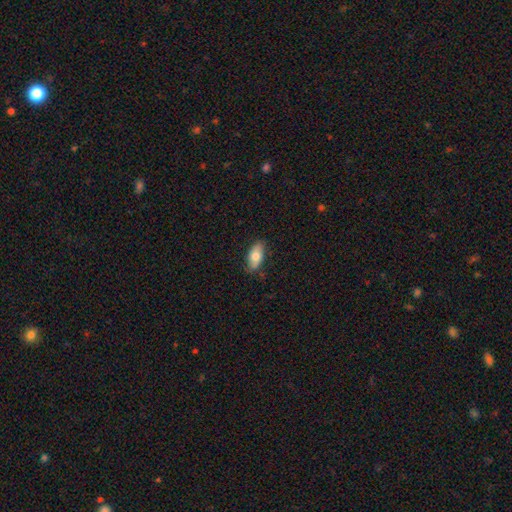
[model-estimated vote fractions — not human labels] Q: Smooth or featured?
A: smooth (73%); runner-up: featured or disk (20%)
Q: How rounded?
A: in between (88%); runner-up: cigar-shaped (9%)
Q: Merging?
A: none (82%); runner-up: minor disturbance (15%)